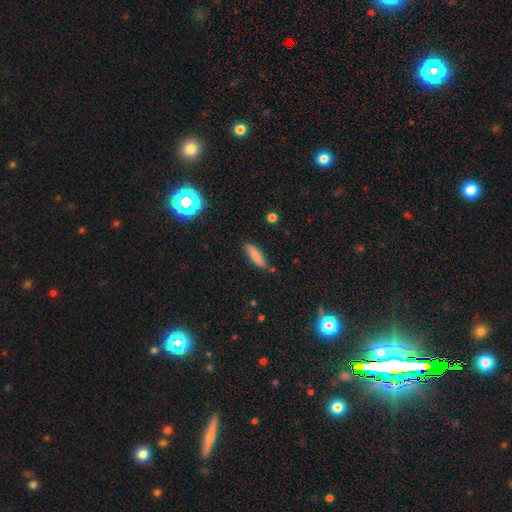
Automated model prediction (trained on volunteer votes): Smooth or featured: smooth — 78% (featured or disk — 14%)
How rounded: cigar-shaped — 60% (in between — 38%)
Merging: none — 78% (minor disturbance — 17%)